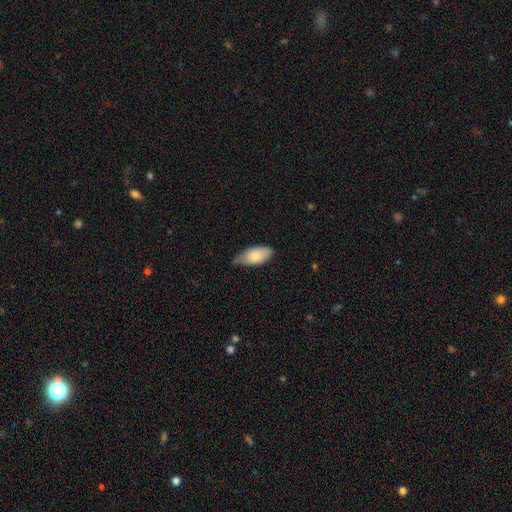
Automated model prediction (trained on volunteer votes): This appears to be a smooth galaxy with no disk features (80%) that is in between round and cigar-shaped (91%). Merging: none (46%).